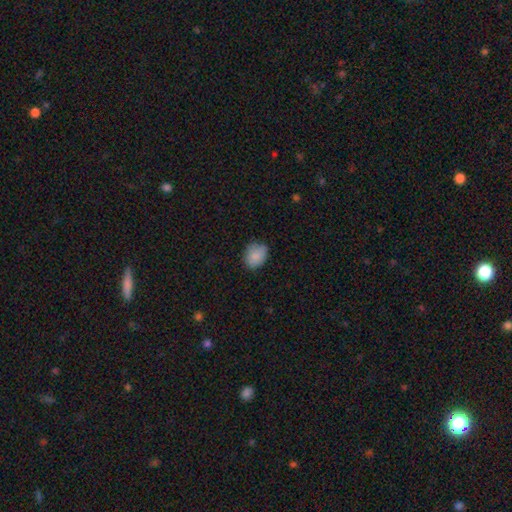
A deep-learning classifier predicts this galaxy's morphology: smooth-or-featured: smooth: 85% | star or artifact: 8% | featured or disk: 6%
  how-rounded: in between: 53% | round: 46% | cigar-shaped: 1%
  merging: none: 72% | minor disturbance: 23% | major disturbance: 4% | merger: 1%